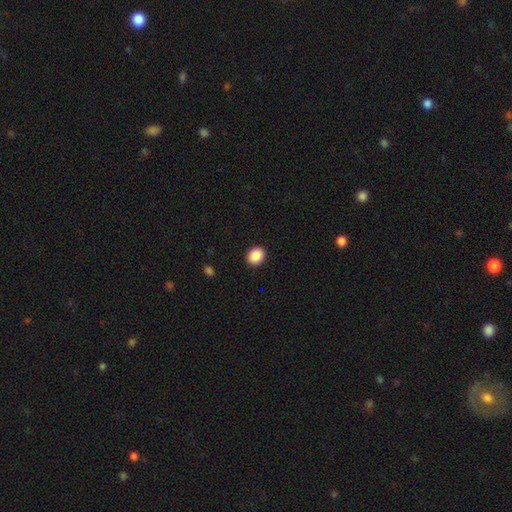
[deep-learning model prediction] smooth_or_featured: smooth (p=0.89) [alt: star or artifact p=0.08]
how_rounded: round (p=0.70) [alt: in between p=0.30]
merging: none (p=0.92) [alt: minor disturbance p=0.06]